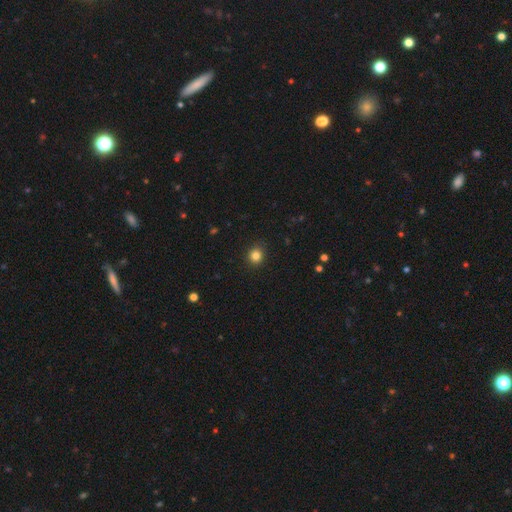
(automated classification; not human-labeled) A smooth galaxy with no disk features (83%) that is round (86%).

Vote fractions:
- Smooth or featured? smooth: 83% / star or artifact: 12% / featured or disk: 5%
- How rounded? round: 86% / in between: 13% / cigar-shaped: 1%
- Merging? none: 90% / minor disturbance: 8% / major disturbance: 2% / merger: 1%